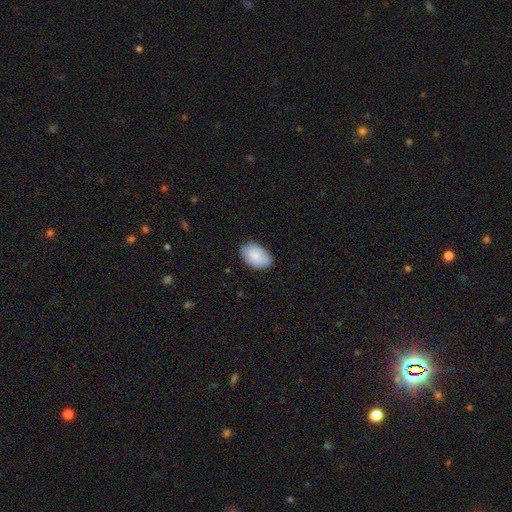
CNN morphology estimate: The model was most divided on "merging": none: 78%, minor disturbance: 18%, major disturbance: 3%, merger: 1%. More confident: how rounded — in between (91%); smooth or featured — smooth (80%).